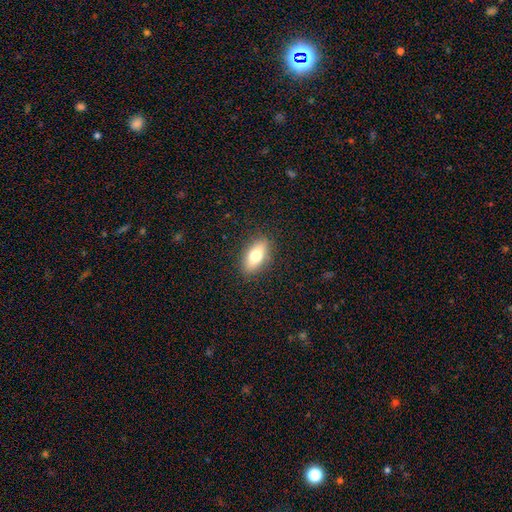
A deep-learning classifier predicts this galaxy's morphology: type=smooth (71%); roundness=in between (83%); merging=none (87%).